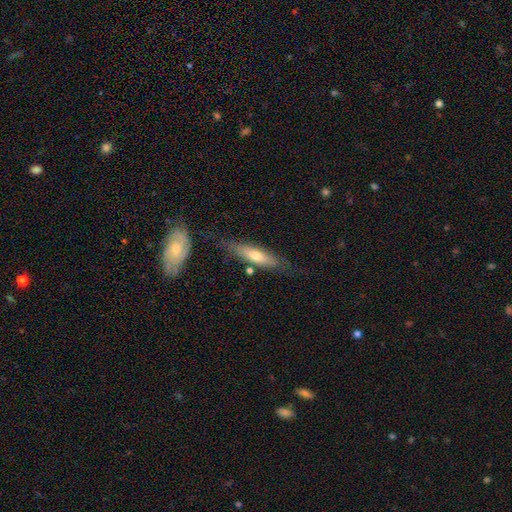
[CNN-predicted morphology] Smooth or featured? smooth (50%)
Merging? none (65%)